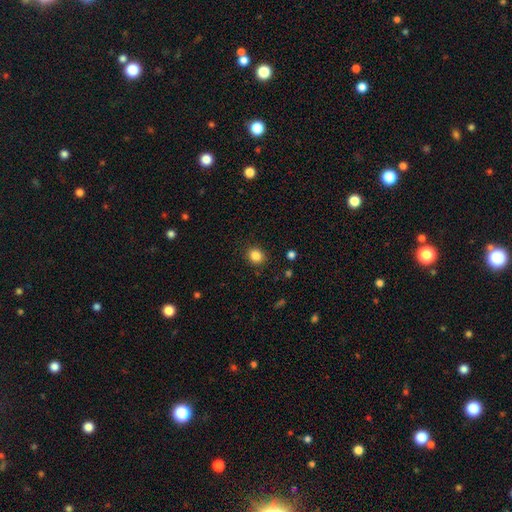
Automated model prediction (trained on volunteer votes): smooth 84%, star or artifact 11%, featured or disk 5%. Down the decision tree: how rounded — round (68%); merging — none (89%).